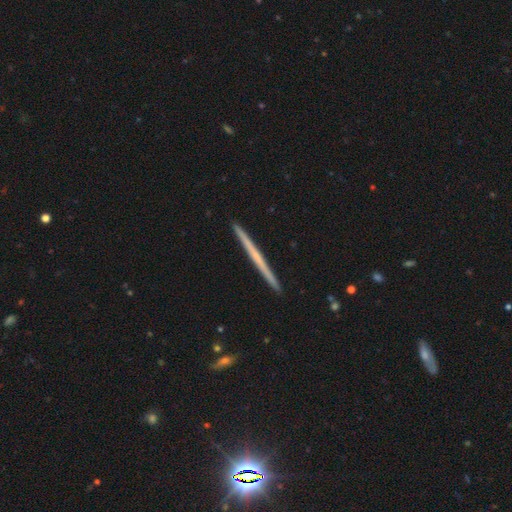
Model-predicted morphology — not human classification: This appears to be a featured or disk galaxy (59%) viewed edge-on (98%) with no central bulge (84%). Merging: none (93%).